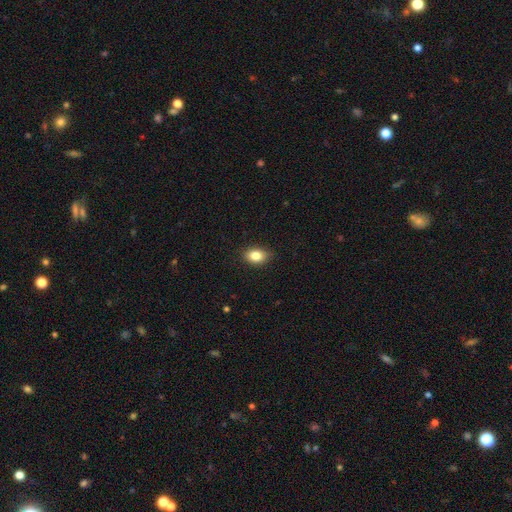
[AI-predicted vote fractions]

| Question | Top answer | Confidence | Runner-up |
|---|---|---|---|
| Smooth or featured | smooth | 83% | star or artifact (9%) |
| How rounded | in between | 78% | round (21%) |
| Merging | none | 86% | minor disturbance (11%) |